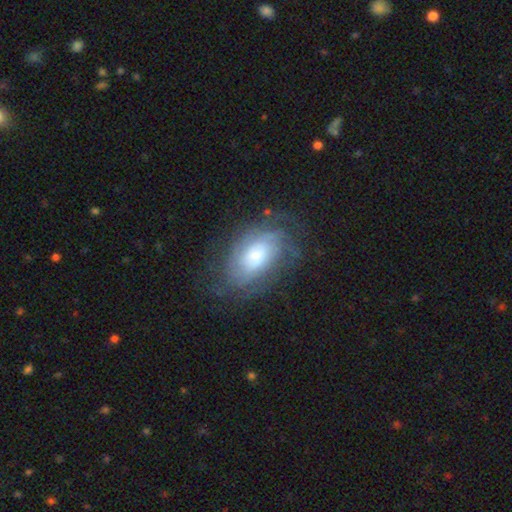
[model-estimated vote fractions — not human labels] Q: Smooth or featured?
A: featured or disk (69%); runner-up: smooth (23%)
Q: Edge-on disk?
A: no (95%); runner-up: yes (5%)
Q: Bar?
A: no (71%); runner-up: weak (24%)
Q: Spiral arms?
A: yes (87%); runner-up: no (13%)
Q: Spiral winding?
A: tight (61%); runner-up: medium (29%)
Q: Spiral arm count?
A: can't tell (55%); runner-up: 2 (16%)
Q: Bulge size?
A: small (36%); runner-up: moderate (34%)
Q: Merging?
A: none (67%); runner-up: minor disturbance (19%)